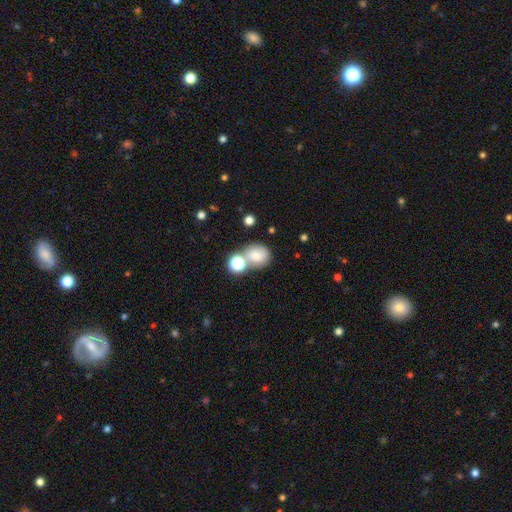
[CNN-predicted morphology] type=smooth (75%); roundness=round (64%); merging=none (49%).